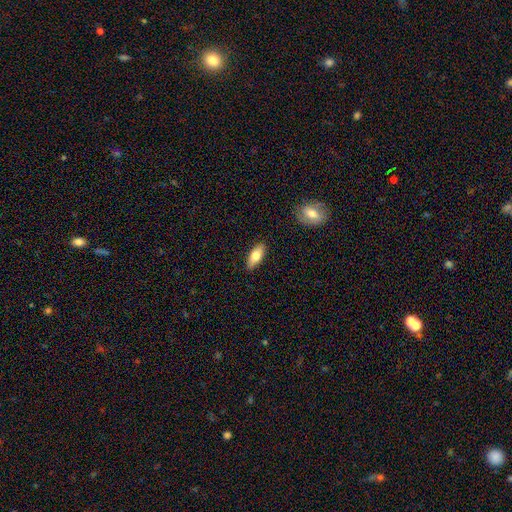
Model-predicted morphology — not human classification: The model was most divided on "smooth or featured": smooth: 71%, featured or disk: 22%, star or artifact: 6%. More confident: merging — none (87%); how rounded — in between (76%).